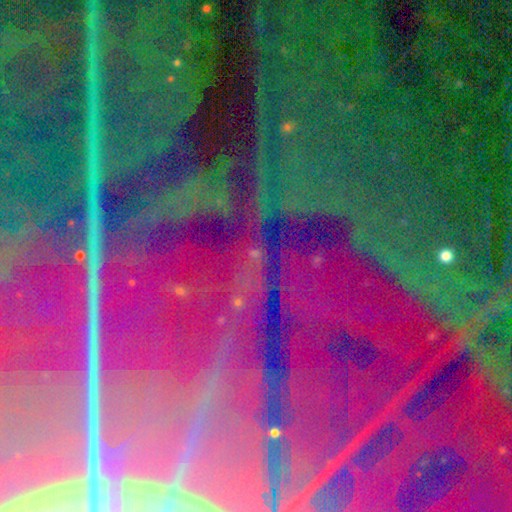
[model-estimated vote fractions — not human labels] The model was most divided on "smooth or featured": star or artifact: 89%, featured or disk: 6%, smooth: 5%.